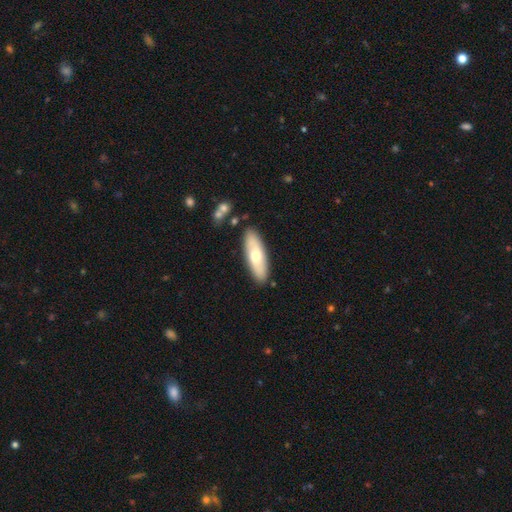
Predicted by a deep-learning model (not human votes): This appears to be a smooth galaxy with no disk features (62%) that is in between round and cigar-shaped (57%). Merging: none (87%).